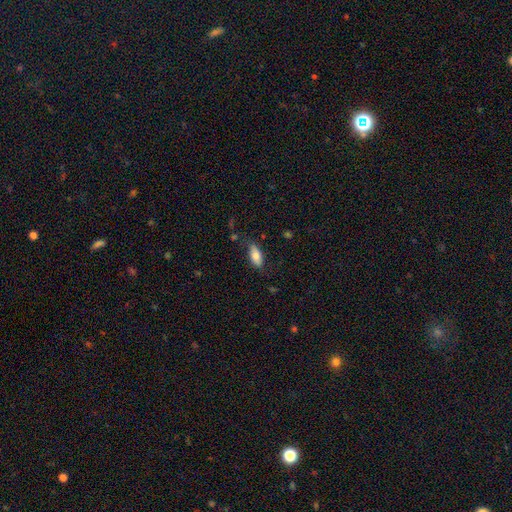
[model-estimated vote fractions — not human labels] Morphology: type=smooth (75%); roundness=in between (86%); merging=none (73%).